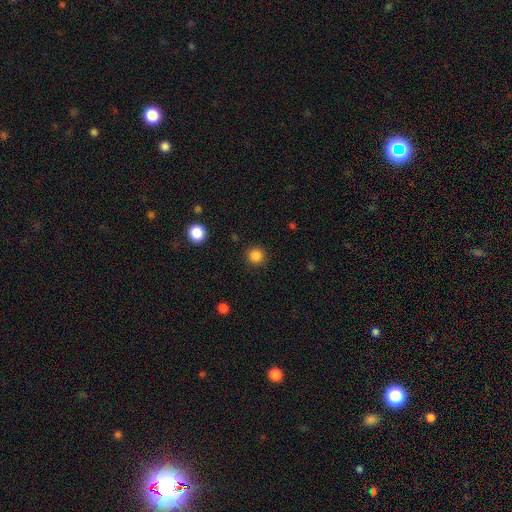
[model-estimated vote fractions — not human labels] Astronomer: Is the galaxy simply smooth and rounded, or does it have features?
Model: smooth — 85%.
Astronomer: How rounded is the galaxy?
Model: round — 94%.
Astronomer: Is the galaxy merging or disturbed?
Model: none — 91%.